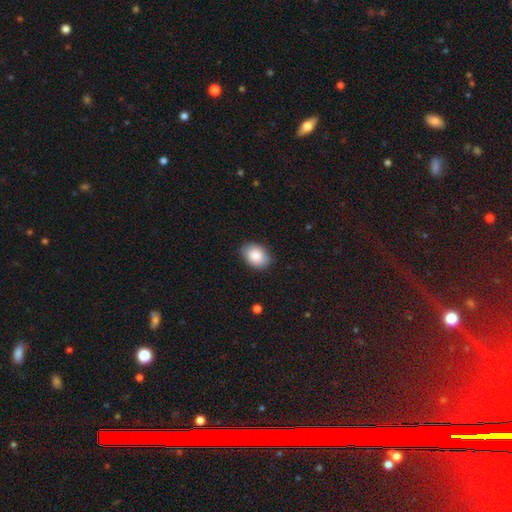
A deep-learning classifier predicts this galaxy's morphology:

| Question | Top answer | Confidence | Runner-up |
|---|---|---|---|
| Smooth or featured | smooth | 87% | star or artifact (7%) |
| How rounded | in between | 72% | round (27%) |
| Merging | none | 82% | minor disturbance (14%) |